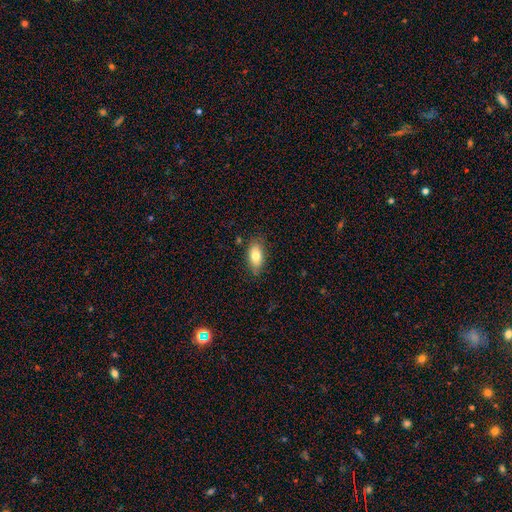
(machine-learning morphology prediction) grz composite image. It shows a smooth galaxy with no disk features (76%) that is in between round and cigar-shaped (88%). Merging: none (80%).